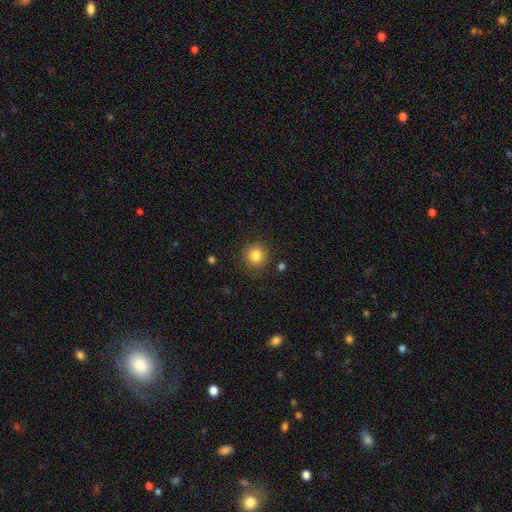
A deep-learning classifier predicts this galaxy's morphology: Q: Smooth or featured?
A: smooth (83%); runner-up: star or artifact (11%)
Q: How rounded?
A: round (93%); runner-up: in between (6%)
Q: Merging?
A: none (88%); runner-up: minor disturbance (7%)